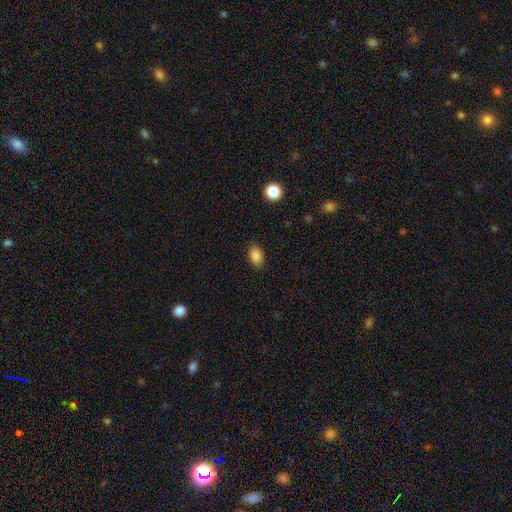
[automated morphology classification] This appears to be a smooth galaxy with no disk features (87%) that is in between round and cigar-shaped (87%). Merging: none (85%).